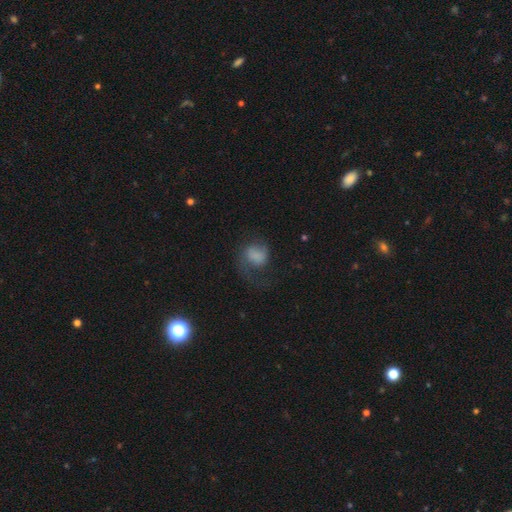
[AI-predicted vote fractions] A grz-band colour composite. It shows a smooth galaxy with no disk features (53%) that is round (60%). Merging: major disturbance (40%).